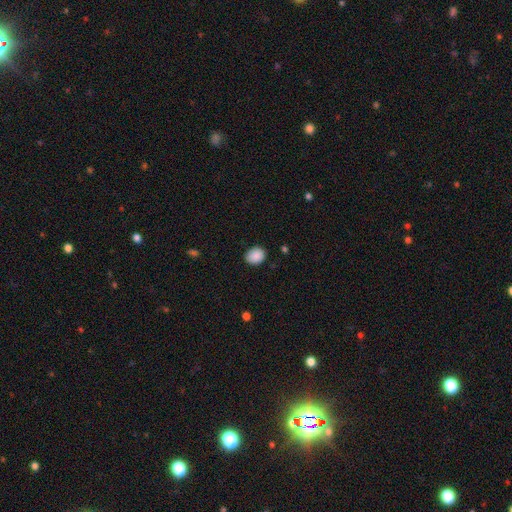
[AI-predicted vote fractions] Overall: smooth (89%). How rounded: in between (55%; round 44%). Merging: none (85%).